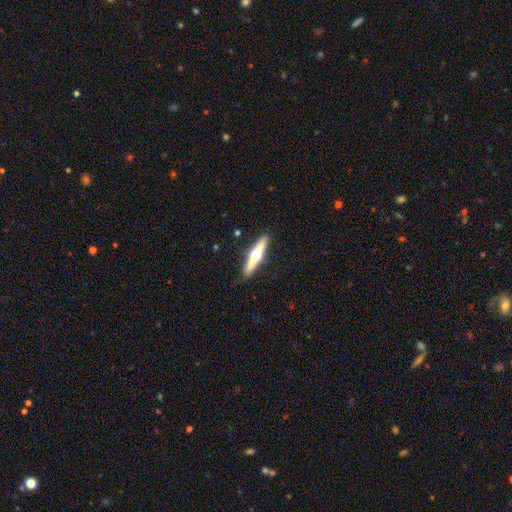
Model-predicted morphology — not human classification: A featured or disk galaxy (60%) viewed edge-on (96%) with a rounded central bulge (93%).

Vote fractions:
- Smooth or featured? featured or disk: 60% / smooth: 34% / star or artifact: 5%
- Edge-on disk? yes: 96% / no: 4%
- Edge-on bulge? rounded: 93% / none: 4% / boxy: 3%
- Merging? none: 88% / minor disturbance: 8% / major disturbance: 2% / merger: 1%